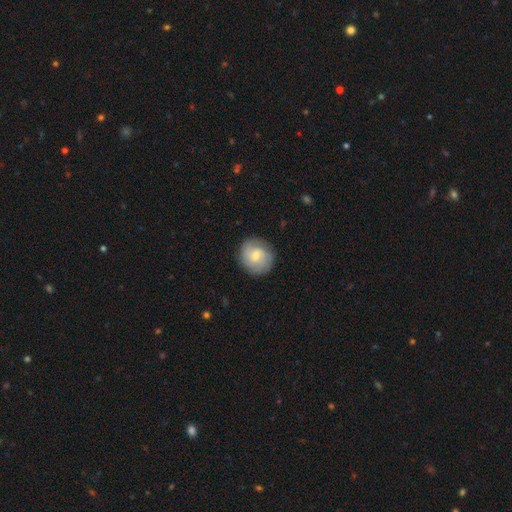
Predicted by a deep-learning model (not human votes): Q: Smooth or featured?
A: featured or disk (52%); runner-up: smooth (41%)
Q: Edge-on disk?
A: no (97%); runner-up: yes (3%)
Q: Bar?
A: no (51%); runner-up: weak (43%)
Q: Spiral arms?
A: yes (84%); runner-up: no (16%)
Q: Bulge size?
A: small (51%); runner-up: moderate (44%)
Q: Merging?
A: none (85%); runner-up: minor disturbance (11%)